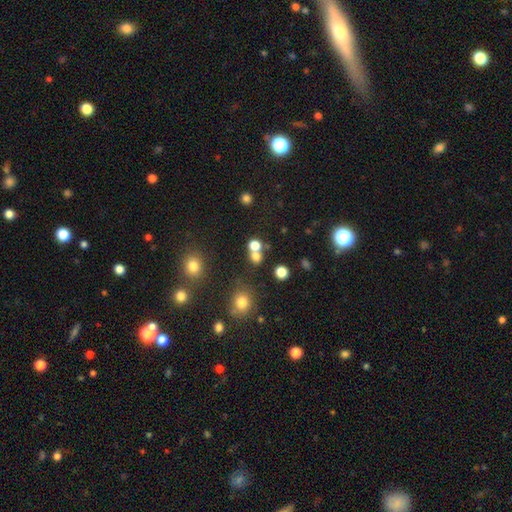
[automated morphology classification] A smooth galaxy with no disk features (71%) that is round (79%).

Vote fractions:
- Smooth or featured? smooth: 71% / star or artifact: 20% / featured or disk: 9%
- How rounded? round: 79% / in between: 20% / cigar-shaped: 1%
- Merging? none: 51% / merger: 38% / minor disturbance: 7% / major disturbance: 4%